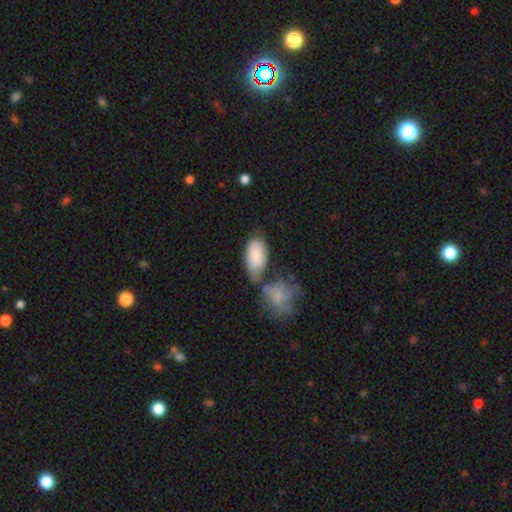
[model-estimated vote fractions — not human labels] smooth-or-featured: smooth: 80% | featured or disk: 13% | star or artifact: 6%
  how-rounded: in between: 93% | round: 4% | cigar-shaped: 3%
  merging: none: 39% | merger: 31% | minor disturbance: 21% | major disturbance: 10%